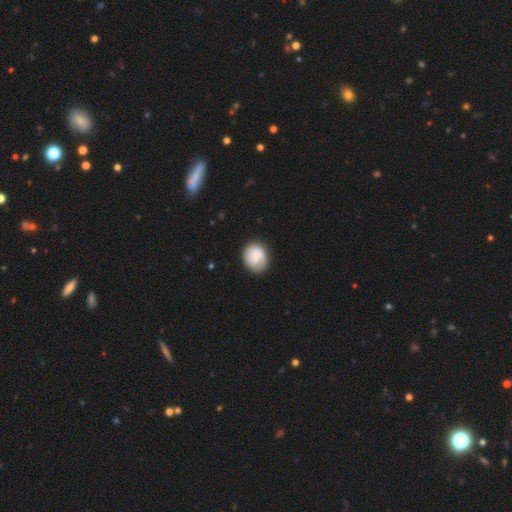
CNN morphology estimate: Smooth or featured: smooth — 79% (featured or disk — 14%)
How rounded: round — 61% (in between — 38%)
Merging: none — 78% (minor disturbance — 17%)